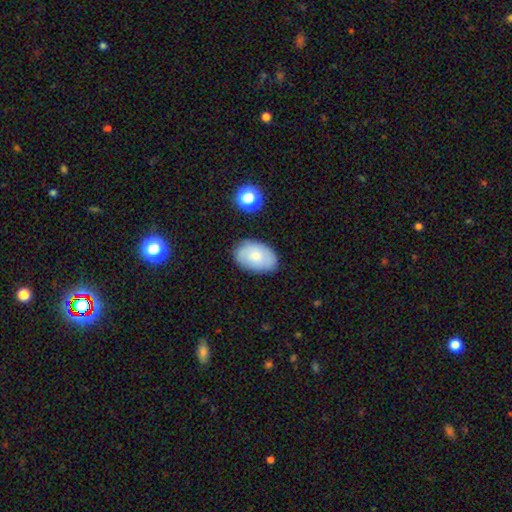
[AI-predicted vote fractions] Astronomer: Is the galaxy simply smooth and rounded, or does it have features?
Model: smooth — 66%.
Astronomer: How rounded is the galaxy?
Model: in between — 86%.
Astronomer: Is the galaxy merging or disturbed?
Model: none — 80%.